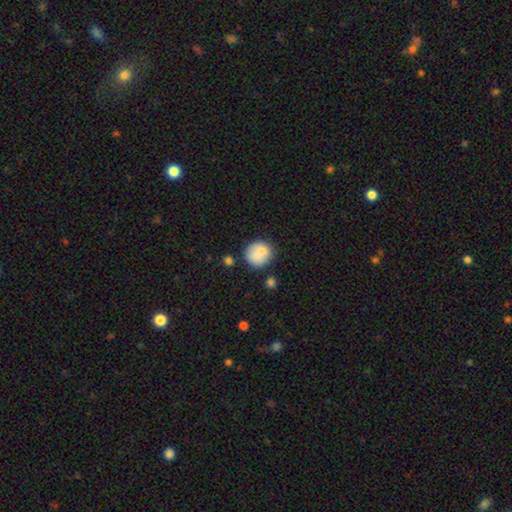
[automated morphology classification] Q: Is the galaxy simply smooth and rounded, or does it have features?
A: smooth — 79%.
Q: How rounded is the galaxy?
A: round — 88%.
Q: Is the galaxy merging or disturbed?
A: none — 63%.